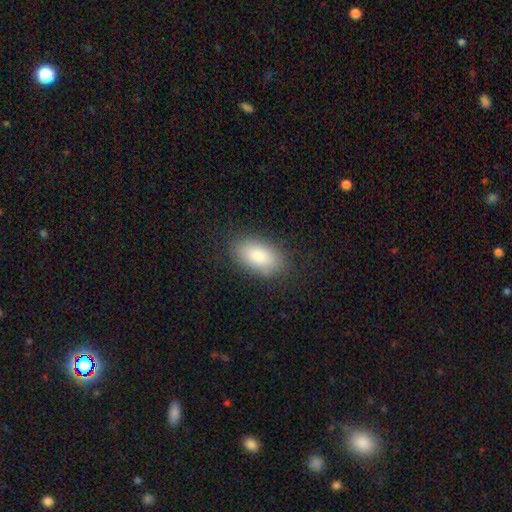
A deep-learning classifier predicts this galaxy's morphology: smooth 86%, featured or disk 8%, star or artifact 6%. Down the decision tree: how rounded — in between (93%); merging — none (85%).